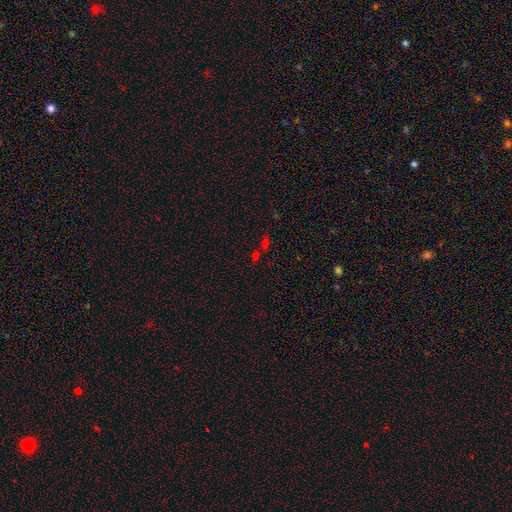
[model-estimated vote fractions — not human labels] A star or artifact, not a galaxy (46%).

Vote fractions:
- Smooth or featured? star or artifact: 46% / smooth: 41% / featured or disk: 12%